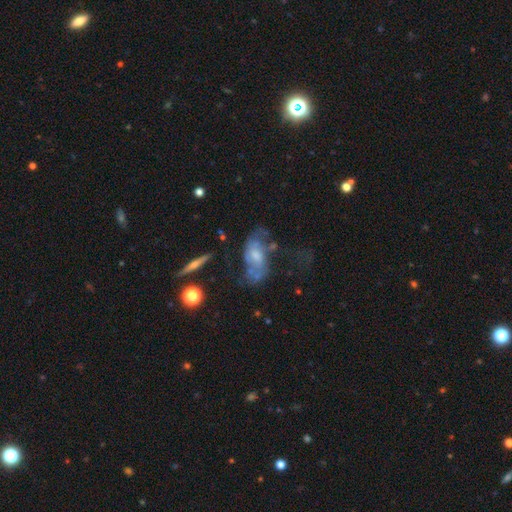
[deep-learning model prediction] A featured or disk galaxy (65%) with no bar (57%), spiral arms (67%) and a moderate central bulge (46%).

Vote fractions:
- Smooth or featured? featured or disk: 65% / smooth: 24% / star or artifact: 11%
- Edge-on disk? no: 88% / yes: 12%
- Bar? no: 57% / weak: 35% / strong: 8%
- Spiral arms? yes: 67% / no: 33%
- Bulge size? moderate: 46% / small: 32% / none: 11% / large: 10% / dominant: 2%
- Merging? none: 39% / major disturbance: 29% / minor disturbance: 22% / merger: 10%